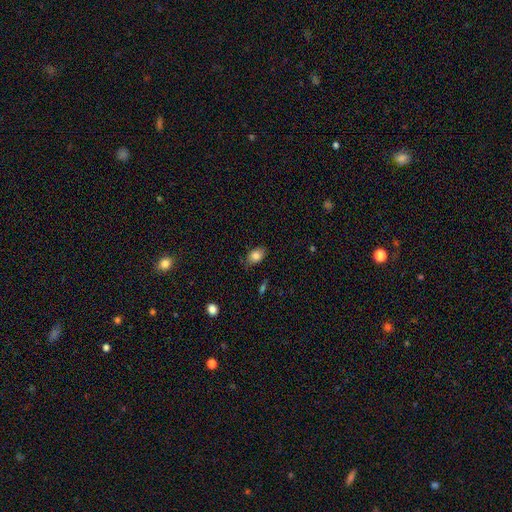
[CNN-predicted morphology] smooth 81%, featured or disk 10%, star or artifact 9%. Down the decision tree: how rounded — in between (84%); merging — none (74%).